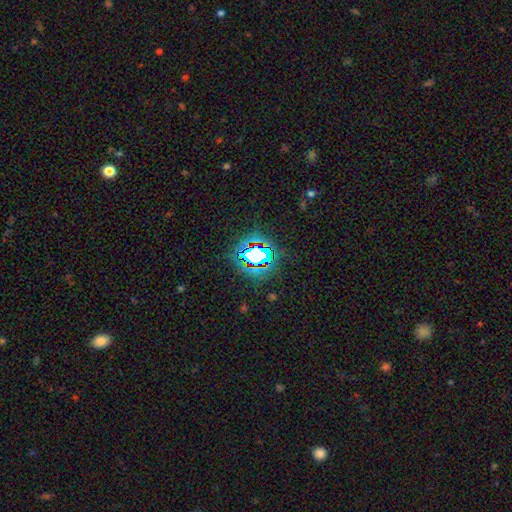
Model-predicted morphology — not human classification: The model was most divided on "smooth or featured": star or artifact: 63%, smooth: 23%, featured or disk: 14%.